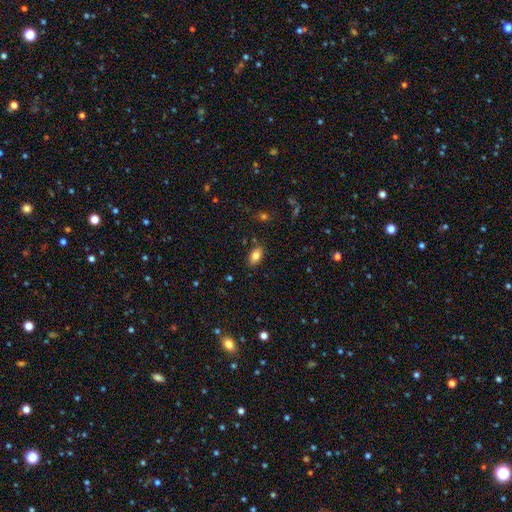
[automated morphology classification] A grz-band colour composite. It shows a smooth galaxy with no disk features (84%) that is in between round and cigar-shaped (91%). Merging: none (85%).